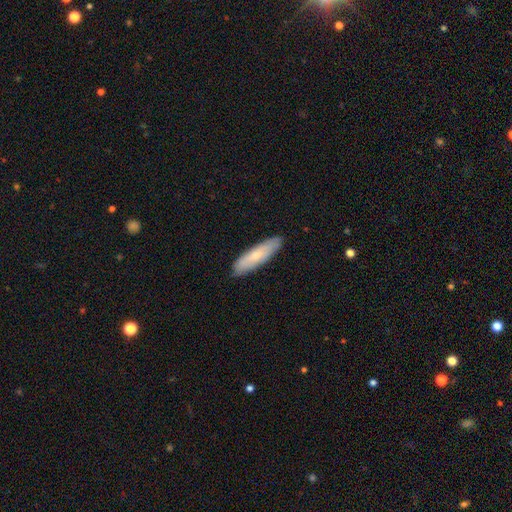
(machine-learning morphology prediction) Overall: smooth (68%). How rounded: cigar-shaped (68%; in between 31%). Merging: none (86%).